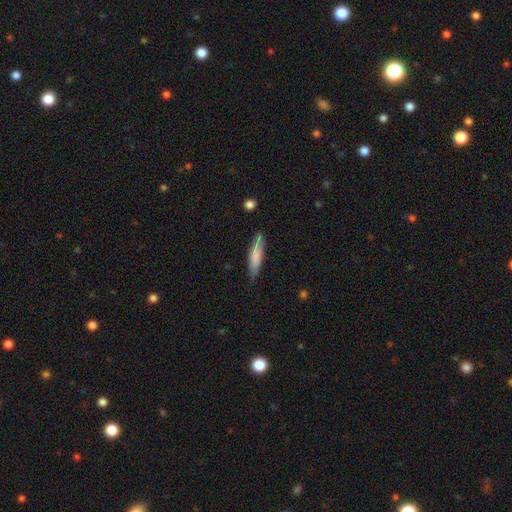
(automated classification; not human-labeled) smooth_or_featured: smooth (p=0.72) [alt: featured or disk p=0.22]
how_rounded: cigar-shaped (p=0.83) [alt: in between p=0.16]
merging: none (p=0.80) [alt: minor disturbance p=0.16]